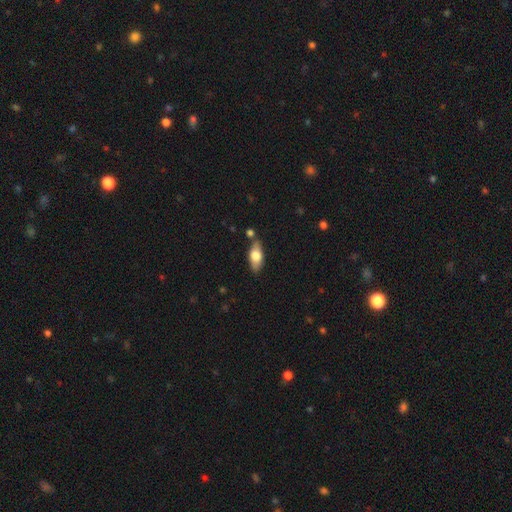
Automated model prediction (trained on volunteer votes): smooth 64%, featured or disk 30%, star or artifact 6%. Down the decision tree: how rounded — in between (79%); merging — none (75%).